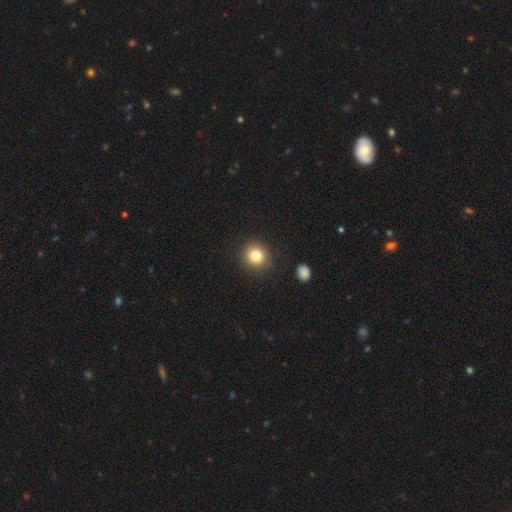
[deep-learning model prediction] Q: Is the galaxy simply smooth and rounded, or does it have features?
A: smooth — 82%.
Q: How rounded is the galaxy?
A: round — 92%.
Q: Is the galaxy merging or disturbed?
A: none — 88%.